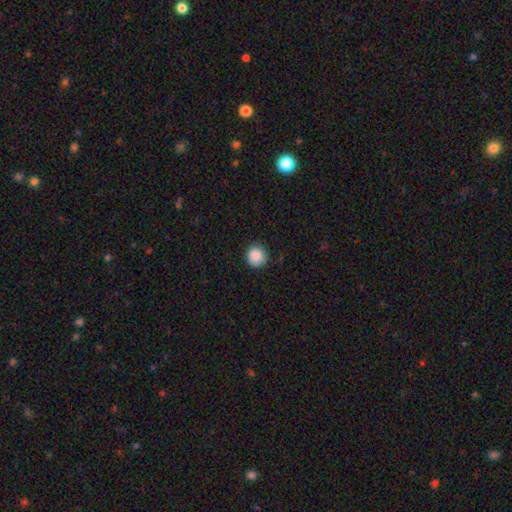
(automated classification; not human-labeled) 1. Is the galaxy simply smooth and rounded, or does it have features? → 88% smooth, 9% star or artifact, 4% featured or disk.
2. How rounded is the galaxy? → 94% round, 5% in between, 1% cigar-shaped.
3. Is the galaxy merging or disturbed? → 87% none, 10% minor disturbance, 2% major disturbance, 1% merger.